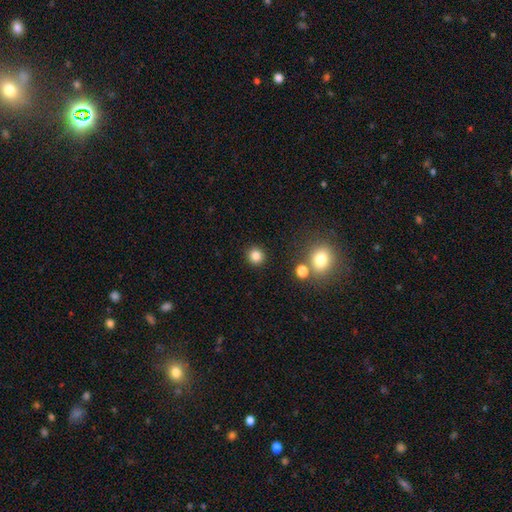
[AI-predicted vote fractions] Smooth or featured? Predicted: smooth (p=0.83). How rounded? Predicted: round (p=0.91). Merging? Predicted: none (p=0.89).